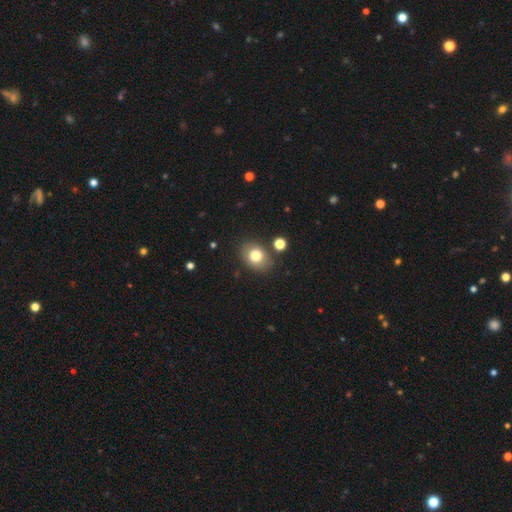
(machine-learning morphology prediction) Overall: smooth (78%). How rounded: in between (55%; round 44%). Merging: none (81%).